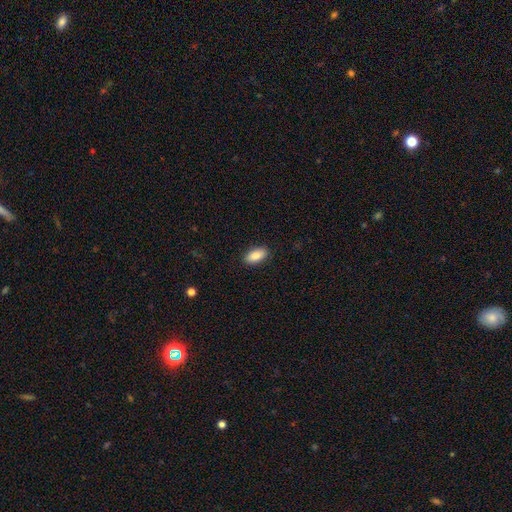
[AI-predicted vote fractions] This appears to be a smooth galaxy with no disk features (87%) that is in between round and cigar-shaped (93%). Merging: none (90%).